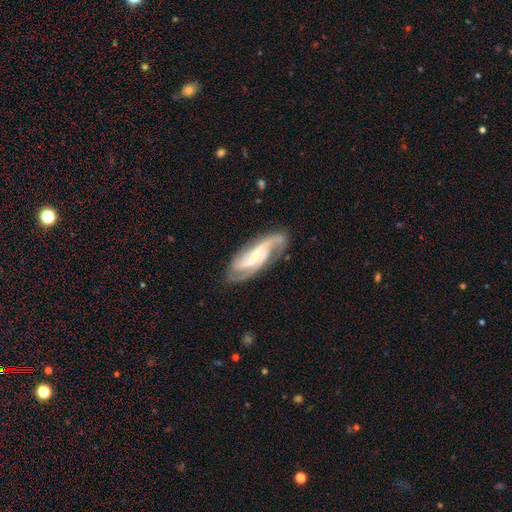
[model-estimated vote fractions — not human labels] This appears to be a featured or disk galaxy (86%) with a weak bar (40%), 2 (54%) medium (48%) spiral arms (97%) and a small central bulge (53%). Merging: none (74%).